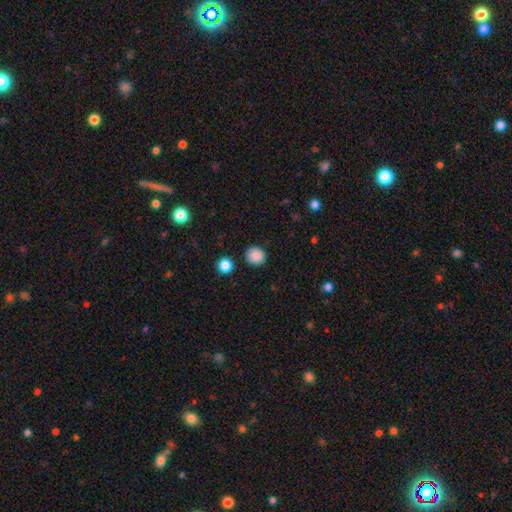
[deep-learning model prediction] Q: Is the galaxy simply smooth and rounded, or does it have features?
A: smooth — 88%.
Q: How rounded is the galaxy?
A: round — 92%.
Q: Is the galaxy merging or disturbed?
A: none — 90%.